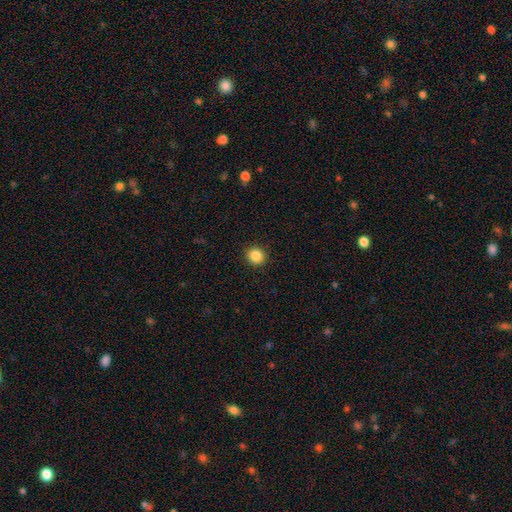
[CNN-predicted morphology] The model was most divided on "smooth or featured": smooth: 86%, star or artifact: 10%, featured or disk: 4%. More confident: merging — none (92%); how rounded — round (89%).